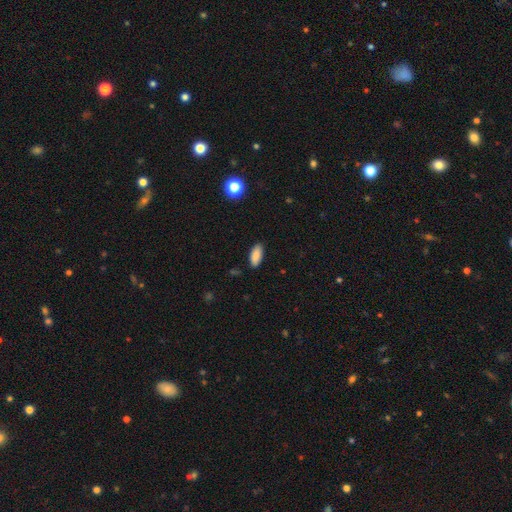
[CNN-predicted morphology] A smooth galaxy with no disk features (89%) that is in between round and cigar-shaped (85%). Merging: none (88%).